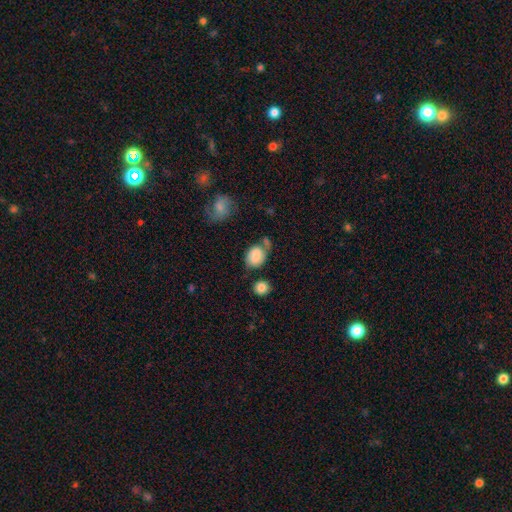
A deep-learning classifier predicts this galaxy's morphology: Smooth or featured?
  - smooth: 73% *
  - featured or disk: 18%
  - star or artifact: 9%
How rounded?
  - in between: 62% *
  - round: 37%
  - cigar-shaped: 1%
Merging?
  - none: 48% *
  - minor disturbance: 25%
  - merger: 17%
  - major disturbance: 11%